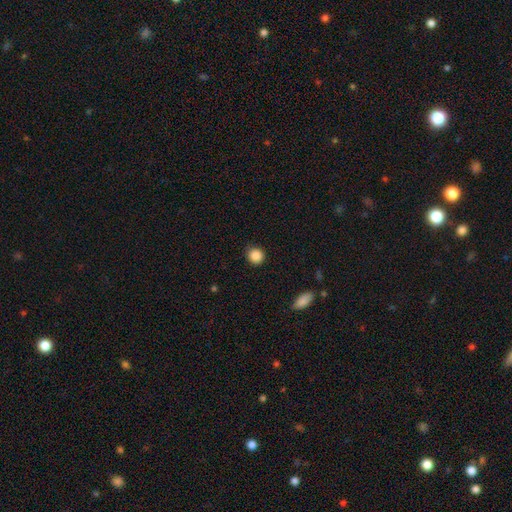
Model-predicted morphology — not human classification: Smooth or featured: smooth — 87% (star or artifact — 10%)
How rounded: round — 90% (in between — 9%)
Merging: none — 89% (minor disturbance — 8%)